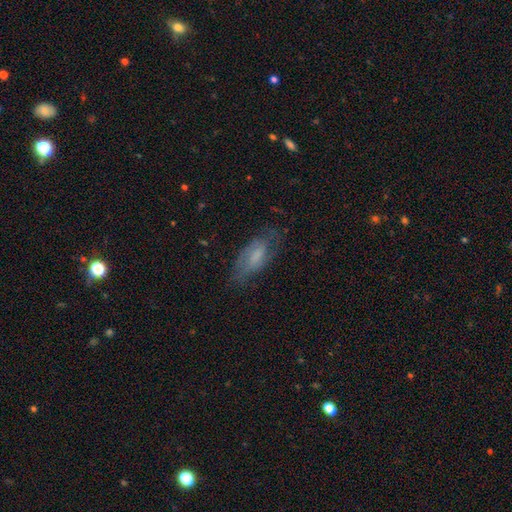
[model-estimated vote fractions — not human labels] This is possibly a smooth galaxy (52%). How rounded: clearly in between (81%). Merging: possibly none (59%).